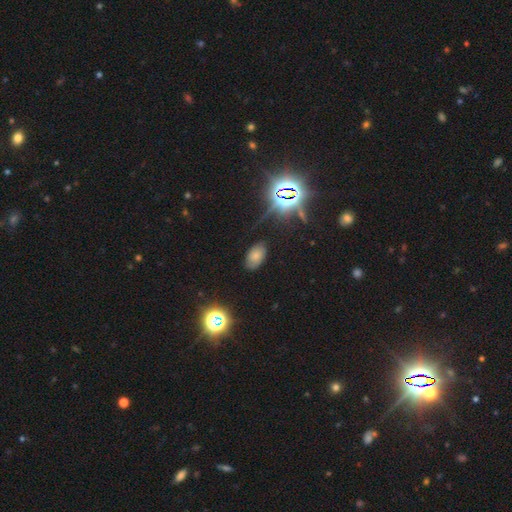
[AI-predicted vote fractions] This appears to be a smooth galaxy with no disk features (58%) that is in between round and cigar-shaped (93%). Merging: none (79%).